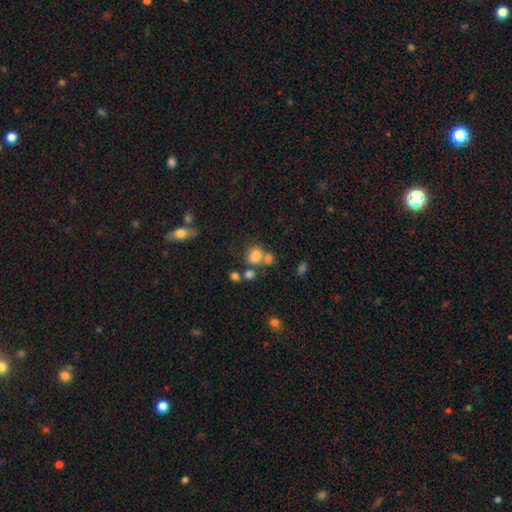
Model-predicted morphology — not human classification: A smooth galaxy with no disk features (76%) that is round (51%).

Vote fractions:
- Smooth or featured? smooth: 76% / star or artifact: 14% / featured or disk: 11%
- How rounded? round: 51% / in between: 47% / cigar-shaped: 1%
- Merging? none: 43% / merger: 36% / minor disturbance: 13% / major disturbance: 7%